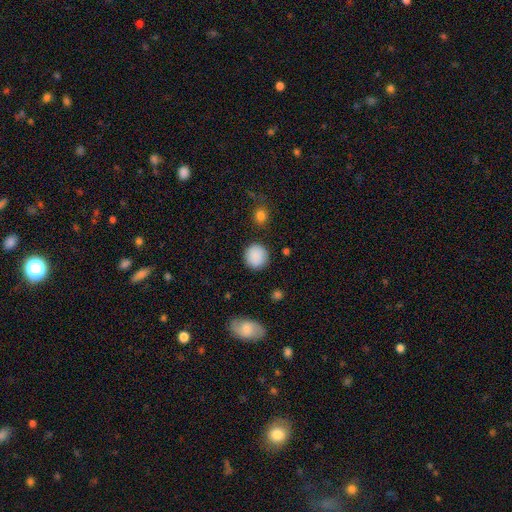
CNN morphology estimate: Overall: smooth (88%). How rounded: round (92%). Merging: none (89%).